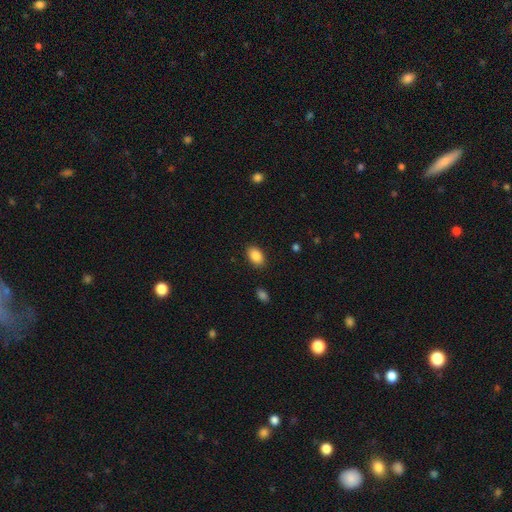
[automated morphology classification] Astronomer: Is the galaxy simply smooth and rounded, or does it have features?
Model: smooth — 87%.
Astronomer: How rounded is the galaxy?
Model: in between — 87%.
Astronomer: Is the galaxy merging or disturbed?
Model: none — 88%.